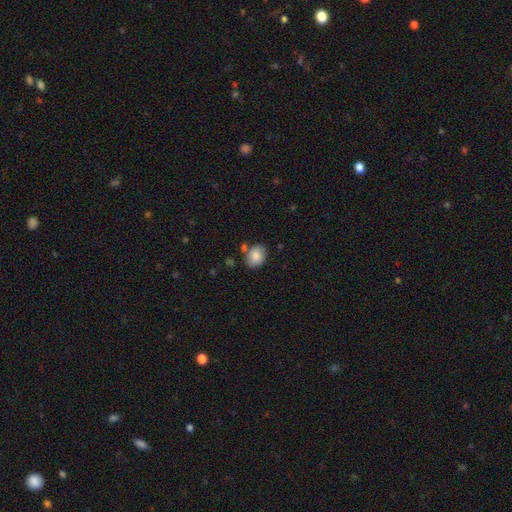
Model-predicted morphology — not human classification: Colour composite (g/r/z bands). It shows a smooth galaxy with no disk features (84%) that is in between round and cigar-shaped (54%). Merging: none (72%).